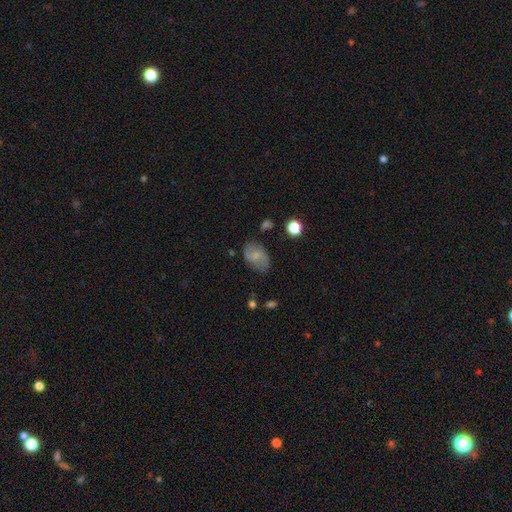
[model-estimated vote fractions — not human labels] Smooth or featured? Predicted: smooth (p=0.49). Merging? Predicted: none (p=0.71).